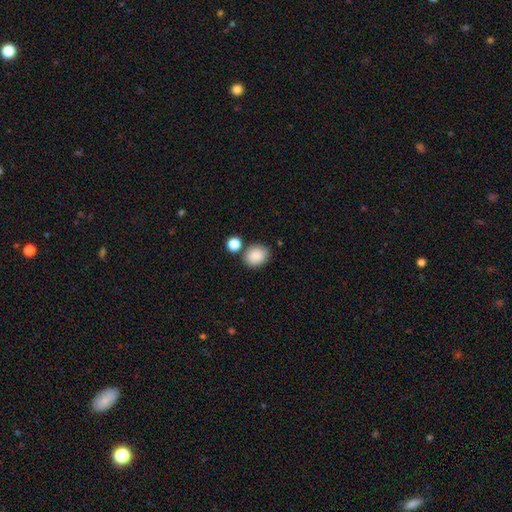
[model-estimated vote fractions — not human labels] Smooth or featured: smooth — 87% (star or artifact — 8%)
How rounded: round — 54% (in between — 45%)
Merging: none — 75% (minor disturbance — 12%)